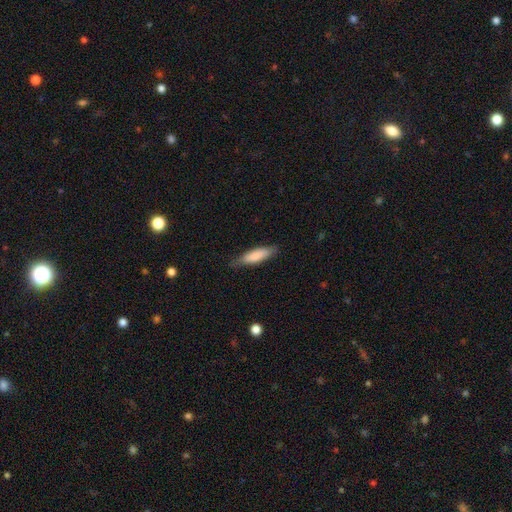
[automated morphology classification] A smooth galaxy with no disk features (81%) that is cigar-shaped (64%). Merging: none (79%).